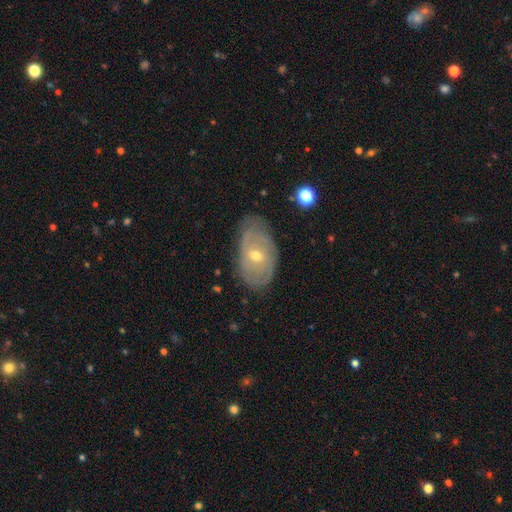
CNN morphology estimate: Smooth or featured?
  - featured or disk: 70% *
  - smooth: 23%
  - star or artifact: 7%
Edge-on disk?
  - no: 93% *
  - yes: 7%
Bar?
  - no: 56% *
  - weak: 36%
  - strong: 8%
Spiral arms?
  - yes: 76% *
  - no: 24%
Bulge size?
  - moderate: 51% *
  - small: 46%
  - large: 1%
  - none: 1%
  - dominant: 1%
Merging?
  - none: 66% *
  - minor disturbance: 26%
  - major disturbance: 7%
  - merger: 1%